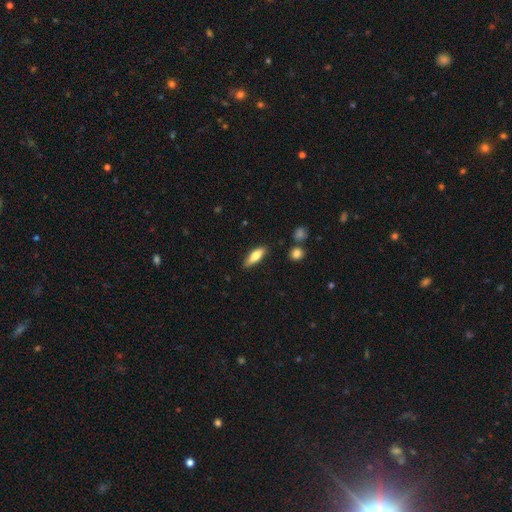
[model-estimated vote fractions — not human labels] Q: Smooth or featured?
A: smooth (72%); runner-up: featured or disk (21%)
Q: How rounded?
A: in between (53%); runner-up: cigar-shaped (45%)
Q: Merging?
A: none (83%); runner-up: minor disturbance (12%)